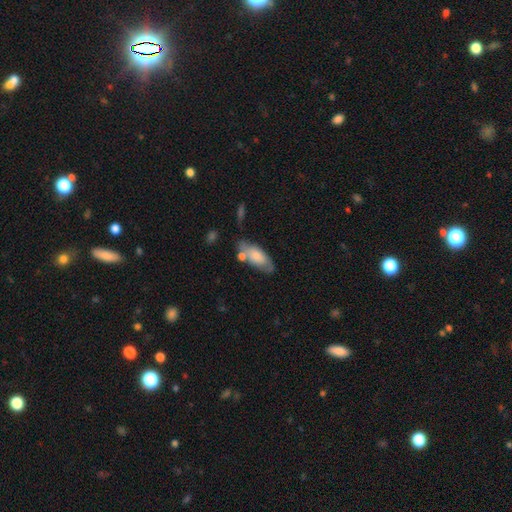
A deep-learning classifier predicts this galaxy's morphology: Q: Smooth or featured?
A: smooth (70%); runner-up: featured or disk (24%)
Q: How rounded?
A: in between (82%); runner-up: cigar-shaped (16%)
Q: Merging?
A: none (56%); runner-up: minor disturbance (22%)